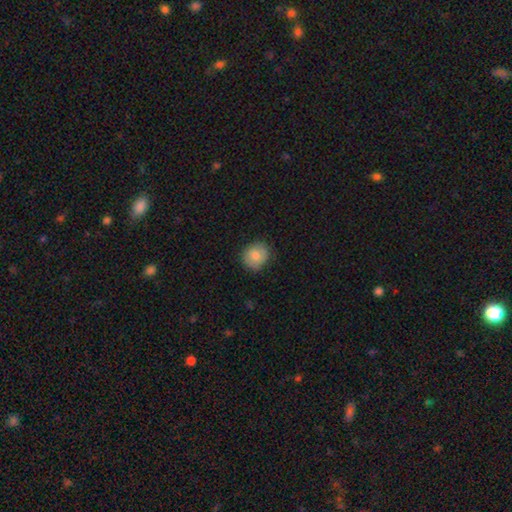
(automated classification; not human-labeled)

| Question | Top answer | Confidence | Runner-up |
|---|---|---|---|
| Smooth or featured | smooth | 81% | featured or disk (11%) |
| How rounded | round | 79% | in between (20%) |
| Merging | none | 84% | minor disturbance (12%) |